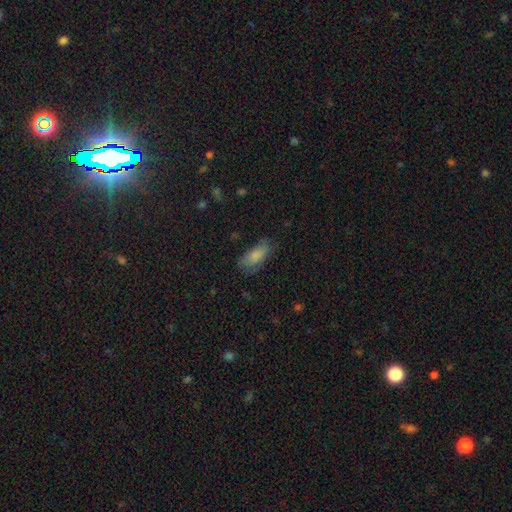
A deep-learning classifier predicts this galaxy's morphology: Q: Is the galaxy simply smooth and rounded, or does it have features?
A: smooth — 82%.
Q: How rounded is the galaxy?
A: in between — 81%.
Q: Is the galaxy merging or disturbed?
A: none — 66%.